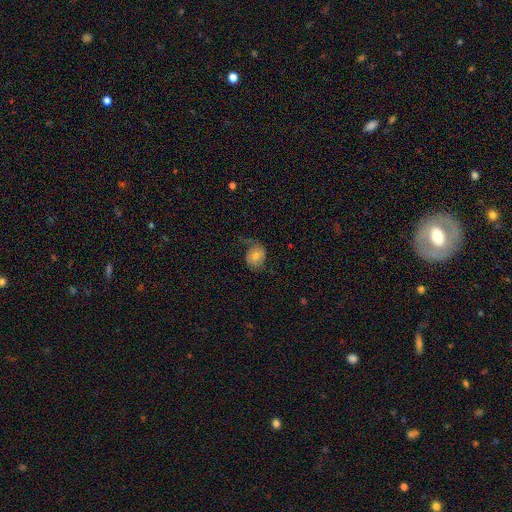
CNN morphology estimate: The model was most divided on "smooth or featured" (2-way tie): featured or disk: 45%, smooth: 45%, star or artifact: 10%. Remaining: merging — none (48%).